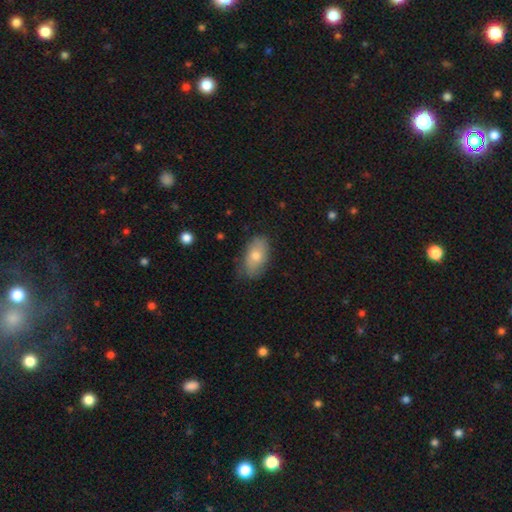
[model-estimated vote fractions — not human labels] smooth-or-featured: smooth: 71% | featured or disk: 22% | star or artifact: 7%
  how-rounded: in between: 91% | round: 5% | cigar-shaped: 3%
  merging: none: 76% | minor disturbance: 19% | major disturbance: 4% | merger: 1%